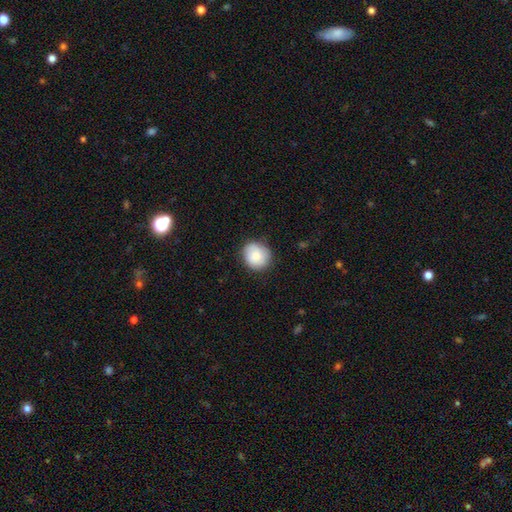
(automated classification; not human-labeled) smooth 81%, featured or disk 12%, star or artifact 7%. Down the decision tree: how rounded — round (82%); merging — none (82%).